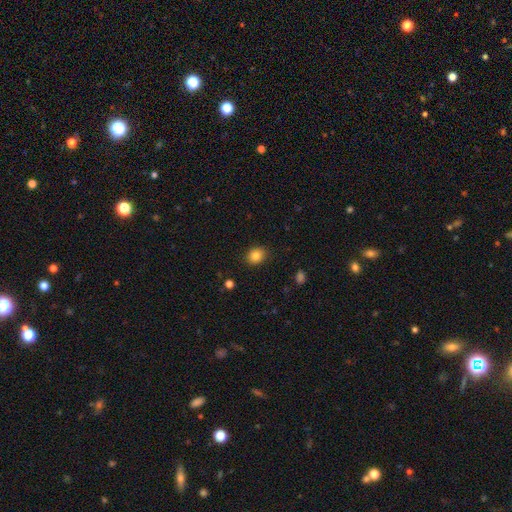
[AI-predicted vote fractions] smooth_or_featured: smooth (p=0.84) [alt: star or artifact p=0.10]
how_rounded: round (p=0.61) [alt: in between p=0.38]
merging: none (p=0.88) [alt: minor disturbance p=0.09]